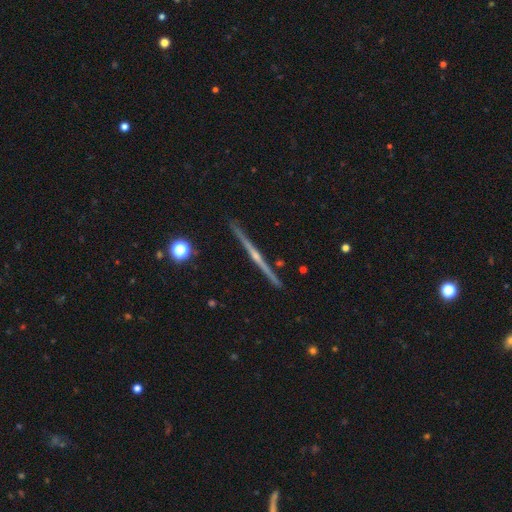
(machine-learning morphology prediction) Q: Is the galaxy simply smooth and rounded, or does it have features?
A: featured or disk — 83%.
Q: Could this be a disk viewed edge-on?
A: yes — 99%.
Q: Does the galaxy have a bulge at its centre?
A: rounded — 70%.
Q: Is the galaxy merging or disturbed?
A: none — 92%.